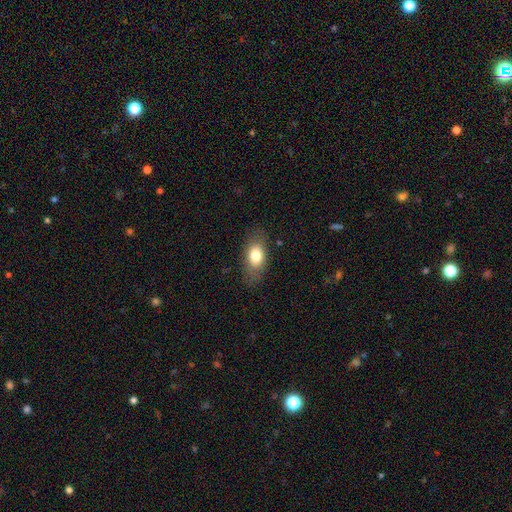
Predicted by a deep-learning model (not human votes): Q: Smooth or featured?
A: smooth (76%); runner-up: featured or disk (16%)
Q: How rounded?
A: in between (86%); runner-up: round (9%)
Q: Merging?
A: none (79%); runner-up: minor disturbance (14%)